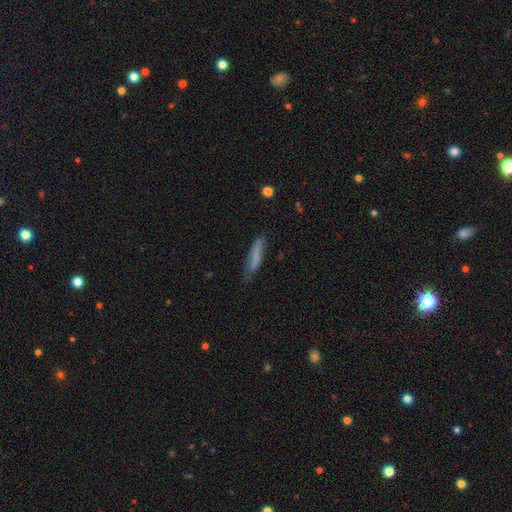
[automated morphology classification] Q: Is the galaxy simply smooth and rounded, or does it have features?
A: smooth — 70%.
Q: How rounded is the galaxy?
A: cigar-shaped — 84%.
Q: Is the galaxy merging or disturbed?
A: none — 65%.